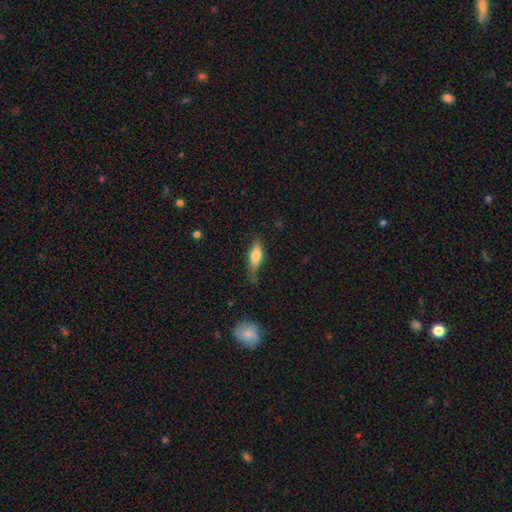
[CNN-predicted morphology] A smooth galaxy with no disk features (68%) that is in between round and cigar-shaped (62%).

Vote fractions:
- Smooth or featured? smooth: 68% / featured or disk: 25% / star or artifact: 7%
- How rounded? in between: 62% / cigar-shaped: 34% / round: 3%
- Merging? none: 62% / minor disturbance: 29% / major disturbance: 7% / merger: 2%